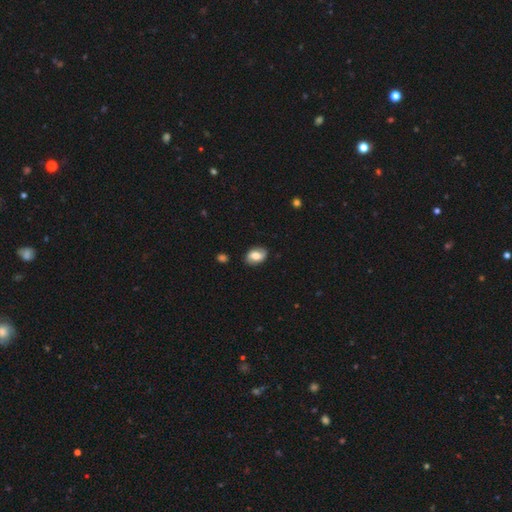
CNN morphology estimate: Smooth or featured: smooth — 58% (featured or disk — 34%)
How rounded: in between — 84% (round — 14%)
Merging: none — 82% (minor disturbance — 13%)